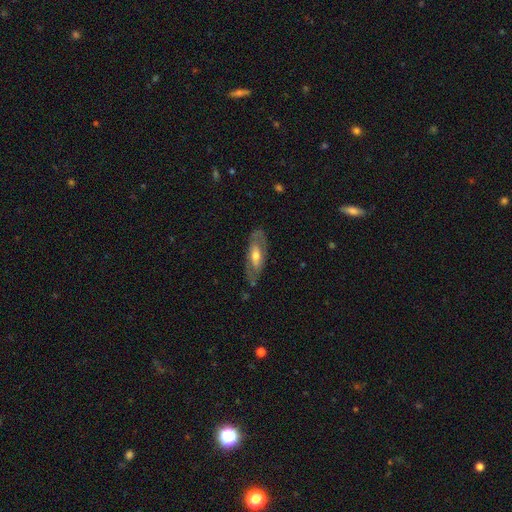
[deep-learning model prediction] smooth_or_featured: featured or disk (p=0.58) [alt: smooth p=0.36]
disk_edge_on: no (p=0.76) [alt: yes p=0.24]
merging: none (p=0.77) [alt: minor disturbance p=0.16]